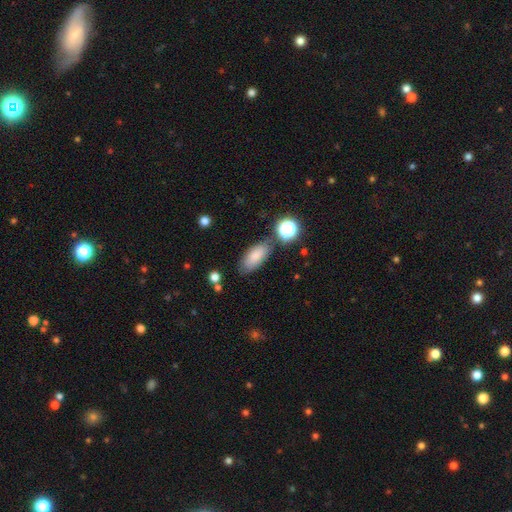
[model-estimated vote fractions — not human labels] Smooth or featured: smooth — 81% (featured or disk — 9%)
How rounded: in between — 86% (cigar-shaped — 10%)
Merging: none — 73% (minor disturbance — 16%)